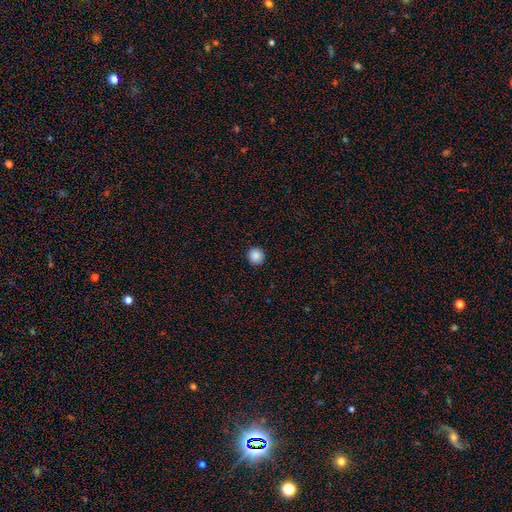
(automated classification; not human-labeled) Smooth or featured: smooth — 88% (star or artifact — 10%)
How rounded: round — 93% (in between — 6%)
Merging: none — 93% (minor disturbance — 5%)